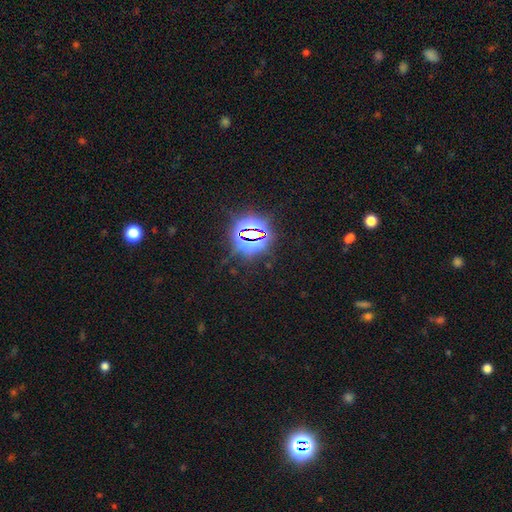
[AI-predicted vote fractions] smooth_or_featured: star or artifact (p=0.83) [alt: smooth p=0.11]